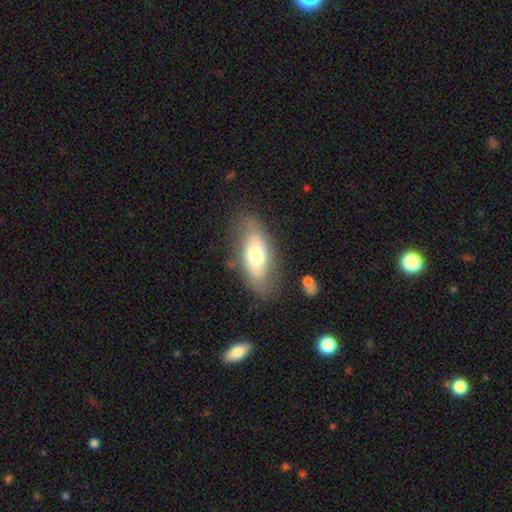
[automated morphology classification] smooth-or-featured: smooth: 49% | featured or disk: 44% | star or artifact: 7%
  merging: none: 74% | minor disturbance: 18% | major disturbance: 6% | merger: 3%